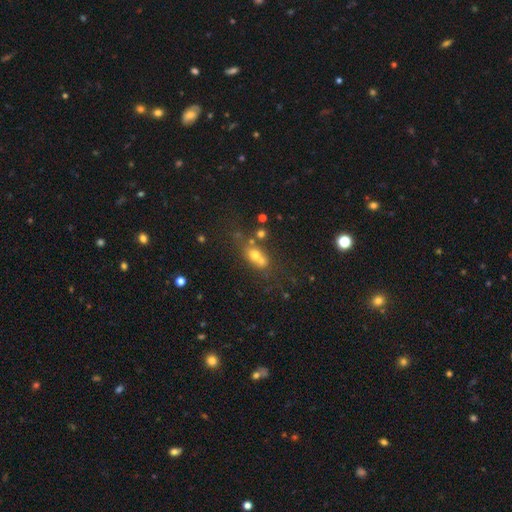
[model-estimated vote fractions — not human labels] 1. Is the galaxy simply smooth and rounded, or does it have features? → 58% smooth, 22% featured or disk, 20% star or artifact.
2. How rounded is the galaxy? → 50% in between, 44% round, 6% cigar-shaped.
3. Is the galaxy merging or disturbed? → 45% merger, 38% none, 11% minor disturbance, 6% major disturbance.